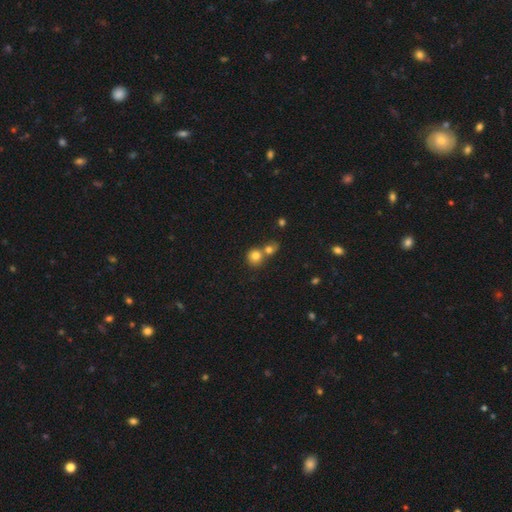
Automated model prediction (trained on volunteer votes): This is likely a smooth galaxy (79%). How rounded: clearly round (84%). Merging: possibly merger (50%).